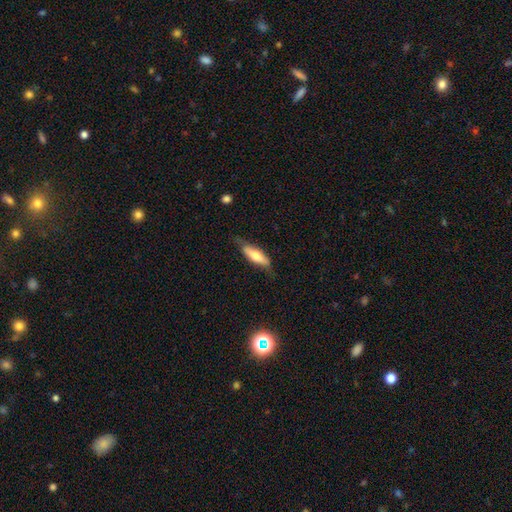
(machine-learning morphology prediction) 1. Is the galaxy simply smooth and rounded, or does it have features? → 61% smooth, 34% featured or disk, 6% star or artifact.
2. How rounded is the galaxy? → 49% in between (tied), 49% cigar-shaped (tied), 2% round.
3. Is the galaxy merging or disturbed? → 67% none, 25% minor disturbance, 6% major disturbance, 2% merger.